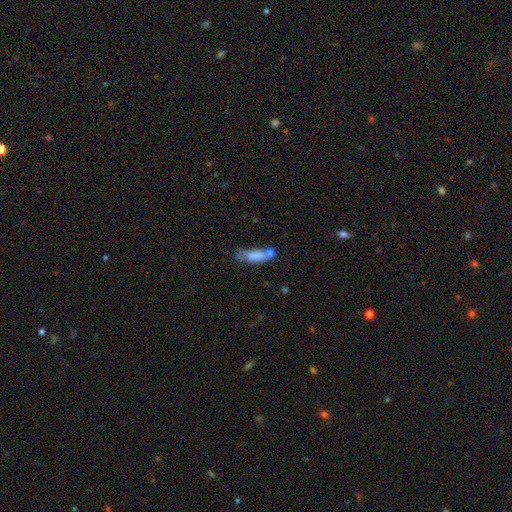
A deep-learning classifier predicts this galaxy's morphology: A smooth galaxy with no disk features (74%) that is in between round and cigar-shaped (51%).

Vote fractions:
- Smooth or featured? smooth: 74% / featured or disk: 18% / star or artifact: 9%
- How rounded? in between: 51% / cigar-shaped: 46% / round: 3%
- Merging? none: 36% / merger: 30% / minor disturbance: 22% / major disturbance: 13%